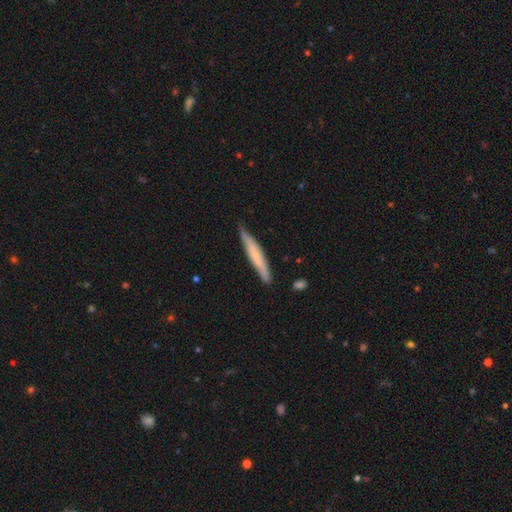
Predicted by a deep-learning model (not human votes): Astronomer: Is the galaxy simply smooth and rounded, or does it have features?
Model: smooth — 59% (runner-up: featured or disk, 35%).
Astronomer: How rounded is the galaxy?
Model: cigar-shaped — 94%.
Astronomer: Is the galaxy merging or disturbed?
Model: none — 78%.